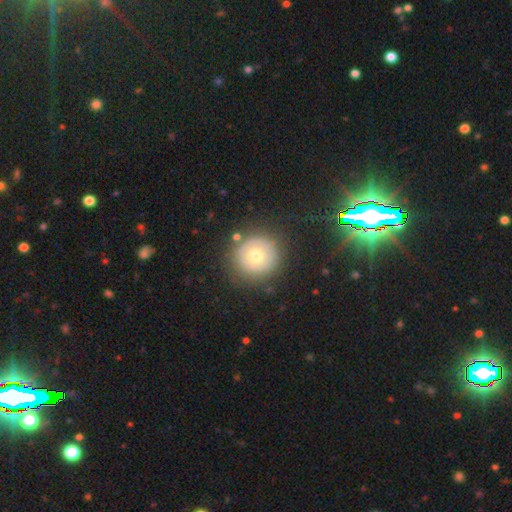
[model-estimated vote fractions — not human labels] This is likely a smooth galaxy (63%). How rounded: clearly round (94%). Merging: clearly none (83%).